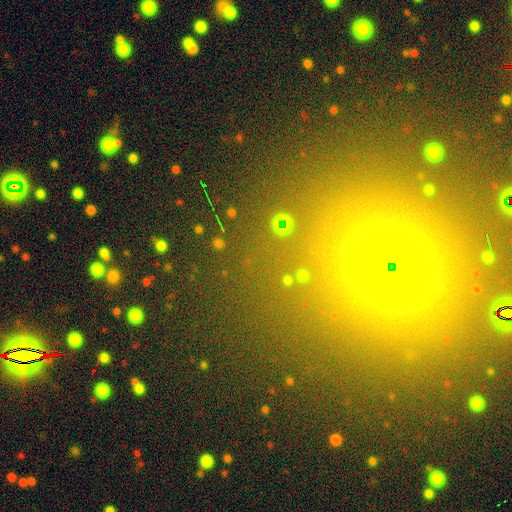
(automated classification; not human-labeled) Smooth or featured? star or artifact (55%)